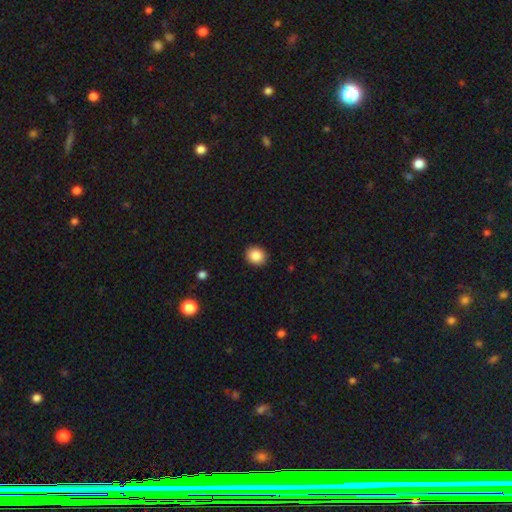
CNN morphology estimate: Smooth or featured?
  - smooth: 86% *
  - star or artifact: 9%
  - featured or disk: 5%
How rounded?
  - round: 75% *
  - in between: 24%
  - cigar-shaped: 1%
Merging?
  - none: 92% *
  - minor disturbance: 6%
  - major disturbance: 2%
  - merger: 1%